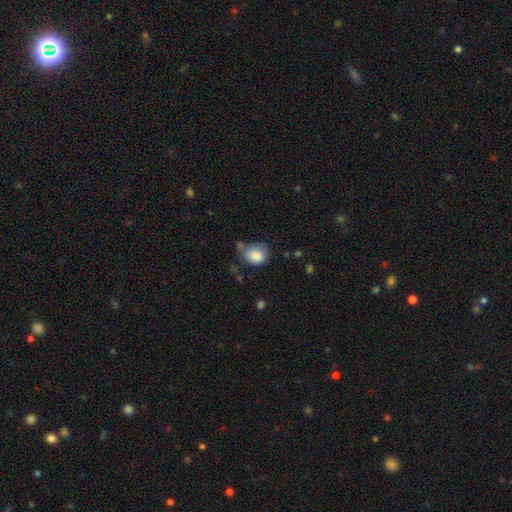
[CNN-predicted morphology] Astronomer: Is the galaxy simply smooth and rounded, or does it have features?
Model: smooth — 84%.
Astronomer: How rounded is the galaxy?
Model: round — 58% (runner-up: in between, 41%).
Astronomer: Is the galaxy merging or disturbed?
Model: none — 45% (runner-up: minor disturbance, 31%).